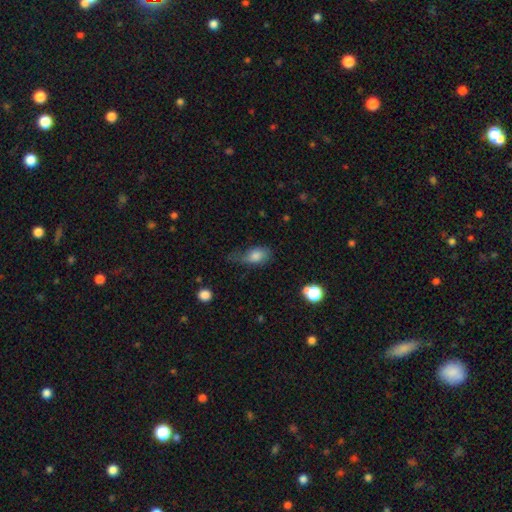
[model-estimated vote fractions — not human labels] The model was most divided on "merging": minor disturbance: 36%, none: 32%, major disturbance: 28%, merger: 3%. More confident: how rounded — in between (84%); smooth or featured — smooth (75%).